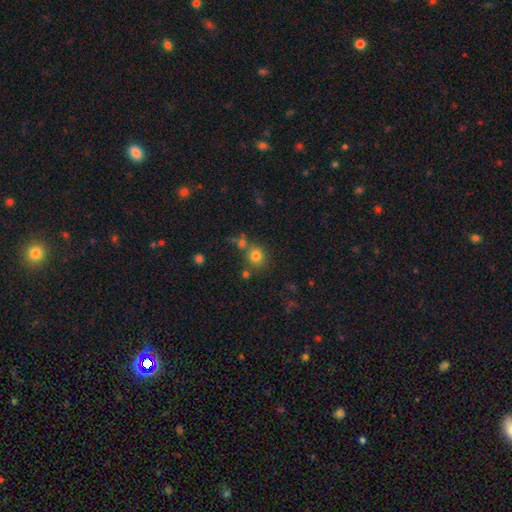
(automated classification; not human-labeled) smooth 77%, star or artifact 15%, featured or disk 8%. Down the decision tree: how rounded — round (89%); merging — none (67%).